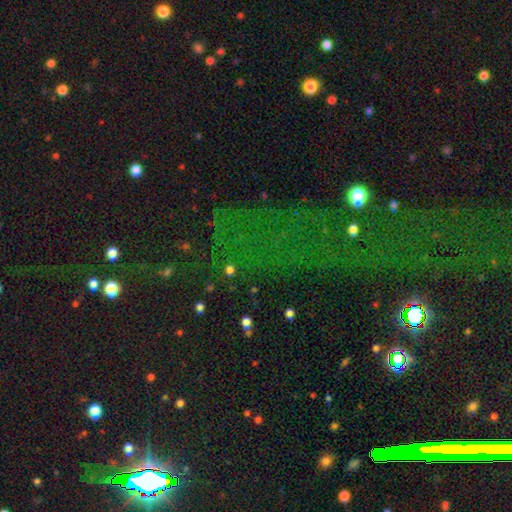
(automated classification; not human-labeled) Smooth or featured?
  - star or artifact: 75% *
  - smooth: 15%
  - featured or disk: 9%